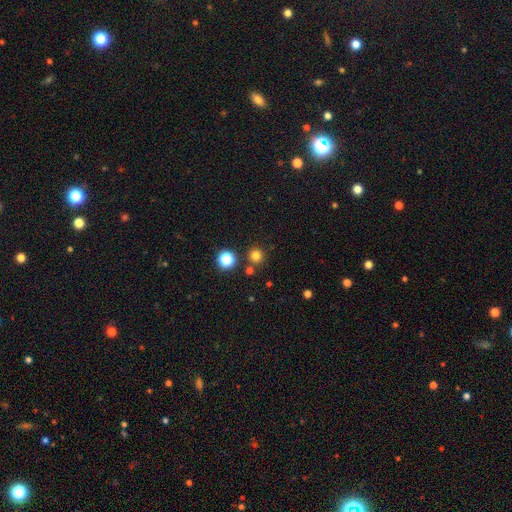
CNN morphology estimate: Smooth or featured?
  - smooth: 77% *
  - star or artifact: 18%
  - featured or disk: 5%
How rounded?
  - round: 94% *
  - in between: 5%
  - cigar-shaped: 1%
Merging?
  - none: 86% *
  - merger: 6%
  - minor disturbance: 6%
  - major disturbance: 2%